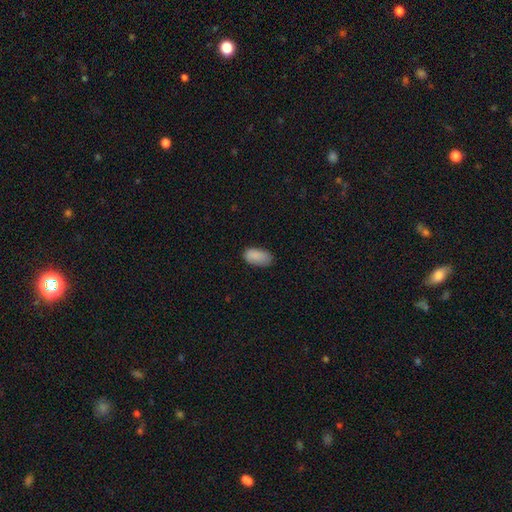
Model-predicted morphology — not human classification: smooth-or-featured: smooth: 88% | star or artifact: 7% | featured or disk: 4%
  how-rounded: in between: 94% | round: 3% | cigar-shaped: 3%
  merging: none: 75% | minor disturbance: 20% | major disturbance: 4% | merger: 1%